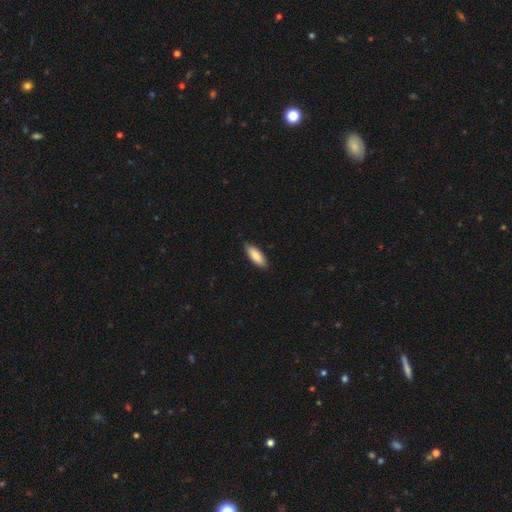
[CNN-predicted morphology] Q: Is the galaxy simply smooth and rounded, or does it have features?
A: smooth — 87%.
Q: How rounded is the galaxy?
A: in between — 67%.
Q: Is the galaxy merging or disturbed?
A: none — 85%.